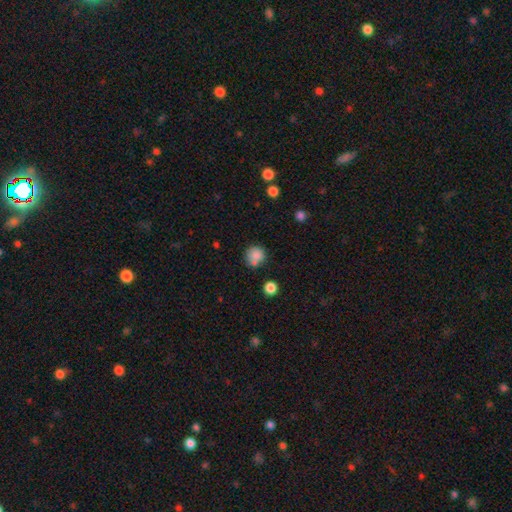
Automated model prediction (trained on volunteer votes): Morphology: type=smooth (83%); roundness=round (86%); merging=none (62%).